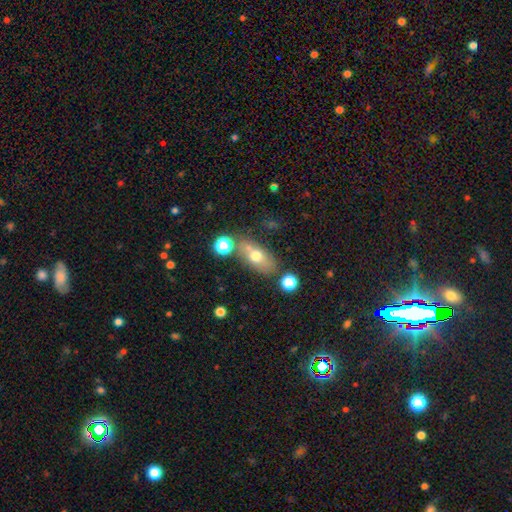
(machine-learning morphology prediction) Smooth or featured?
  - smooth: 63% *
  - featured or disk: 25%
  - star or artifact: 12%
How rounded?
  - in between: 76% *
  - round: 13%
  - cigar-shaped: 10%
Merging?
  - none: 59% *
  - merger: 18%
  - minor disturbance: 16%
  - major disturbance: 7%